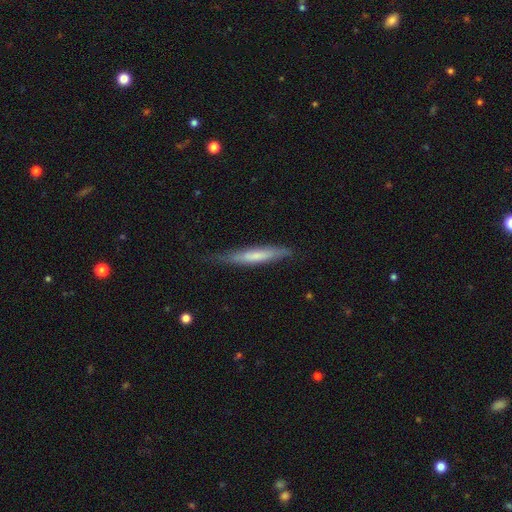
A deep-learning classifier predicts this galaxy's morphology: Q: Smooth or featured?
A: smooth (58%); runner-up: featured or disk (36%)
Q: How rounded?
A: cigar-shaped (93%); runner-up: in between (6%)
Q: Merging?
A: none (72%); runner-up: minor disturbance (22%)